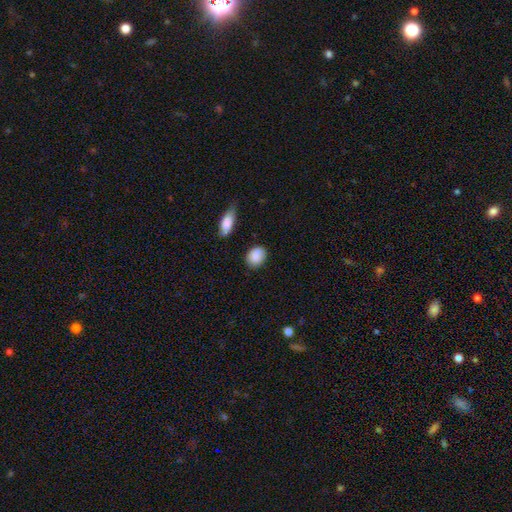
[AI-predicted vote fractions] Q: Smooth or featured?
A: smooth (88%); runner-up: star or artifact (7%)
Q: How rounded?
A: in between (58%); runner-up: round (40%)
Q: Merging?
A: none (83%); runner-up: minor disturbance (12%)